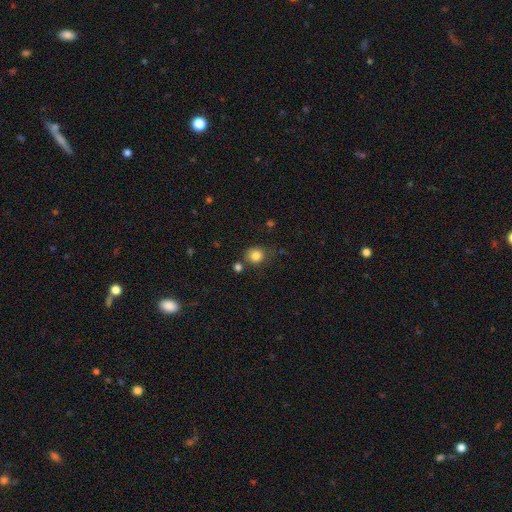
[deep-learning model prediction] Overall: smooth (83%). How rounded: round (75%). Merging: none (69%).